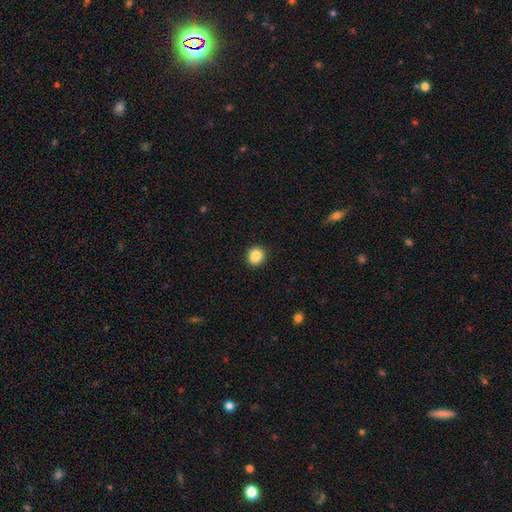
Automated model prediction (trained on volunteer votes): Smooth or featured? smooth (87%)
How rounded? round (79%)
Merging? none (87%)